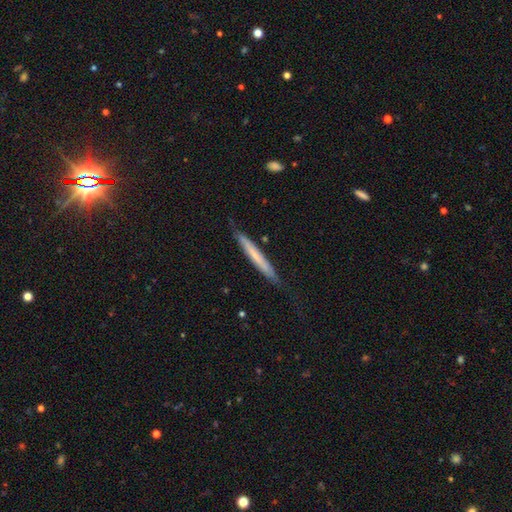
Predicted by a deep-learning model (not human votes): A smooth galaxy with no disk features (55%) that is cigar-shaped (96%).

Vote fractions:
- Smooth or featured? smooth: 55% / featured or disk: 39% / star or artifact: 6%
- How rounded? cigar-shaped: 96% / in between: 2% / round: 1%
- Merging? none: 80% / minor disturbance: 16% / major disturbance: 3% / merger: 2%